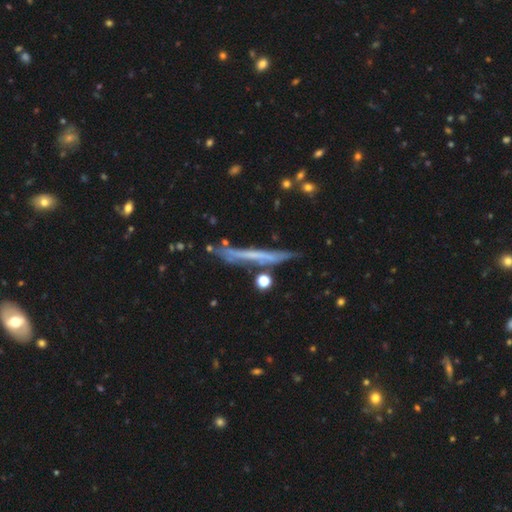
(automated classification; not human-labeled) Q: Smooth or featured?
A: featured or disk (51%); runner-up: smooth (41%)
Q: Edge-on disk?
A: yes (93%); runner-up: no (7%)
Q: Merging?
A: none (79%); runner-up: minor disturbance (14%)